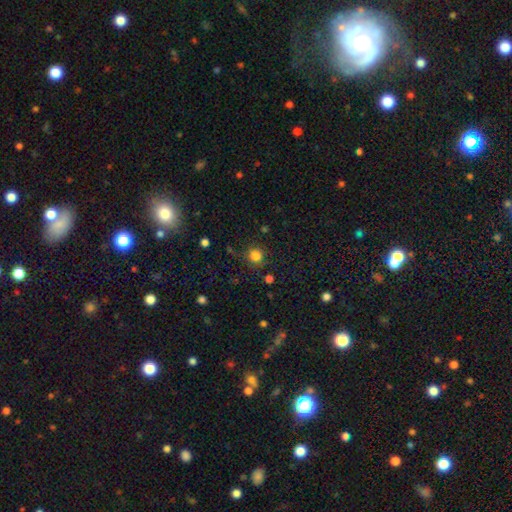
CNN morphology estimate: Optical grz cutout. It shows a smooth galaxy with no disk features (81%) that is round (93%). Merging: none (84%).